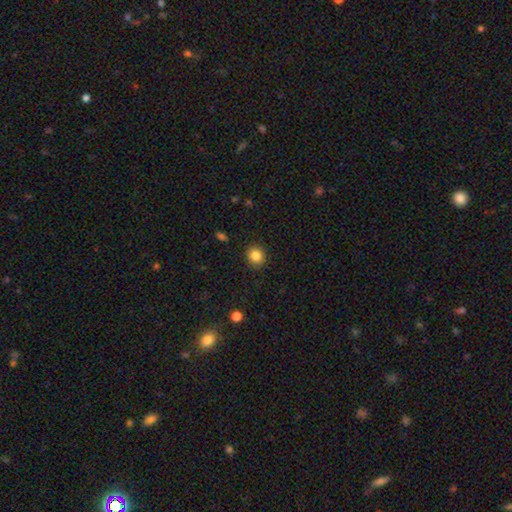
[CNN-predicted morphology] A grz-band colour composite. It shows a smooth galaxy with no disk features (84%) that is round (82%). Merging: none (91%).